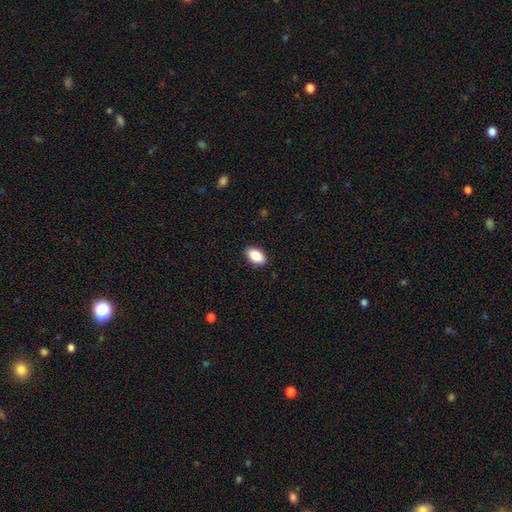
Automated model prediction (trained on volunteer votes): Morphology: type=smooth (88%); roundness=in between (94%); merging=none (89%).